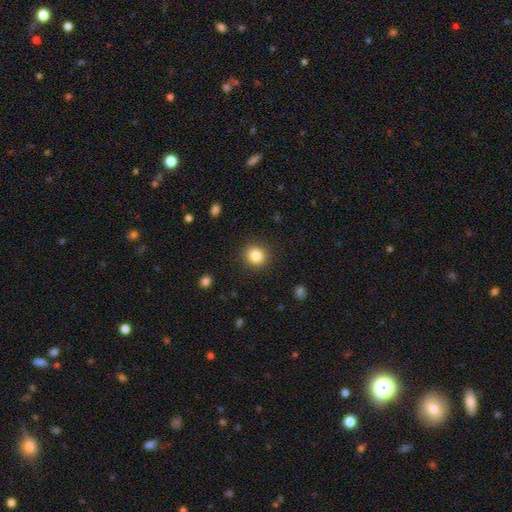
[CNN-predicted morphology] A smooth galaxy with no disk features (84%) that is round (88%).

Vote fractions:
- Smooth or featured? smooth: 84% / star or artifact: 11% / featured or disk: 6%
- How rounded? round: 88% / in between: 11% / cigar-shaped: 1%
- Merging? none: 90% / minor disturbance: 6% / major disturbance: 2% / merger: 1%